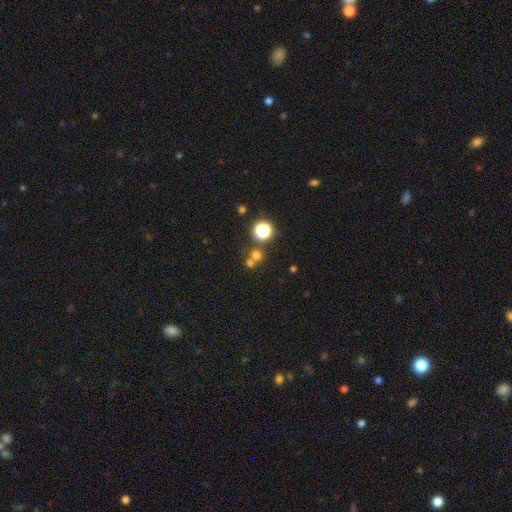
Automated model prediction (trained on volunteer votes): This is likely a smooth galaxy (62%). How rounded: clearly round (87%). Merging: possibly none (52%).